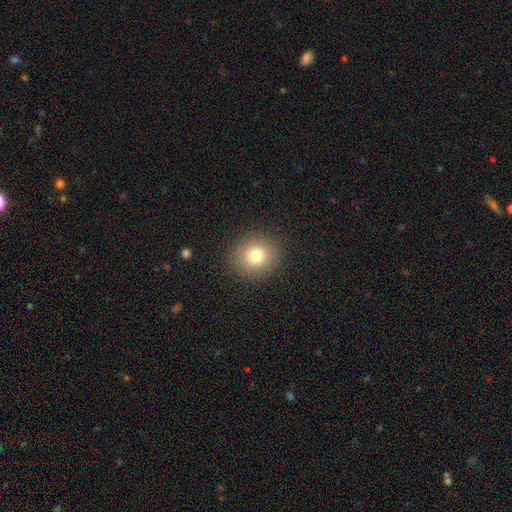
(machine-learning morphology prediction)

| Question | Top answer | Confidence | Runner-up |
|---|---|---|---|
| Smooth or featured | smooth | 78% | star or artifact (12%) |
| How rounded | round | 83% | in between (16%) |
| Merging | none | 89% | minor disturbance (7%) |